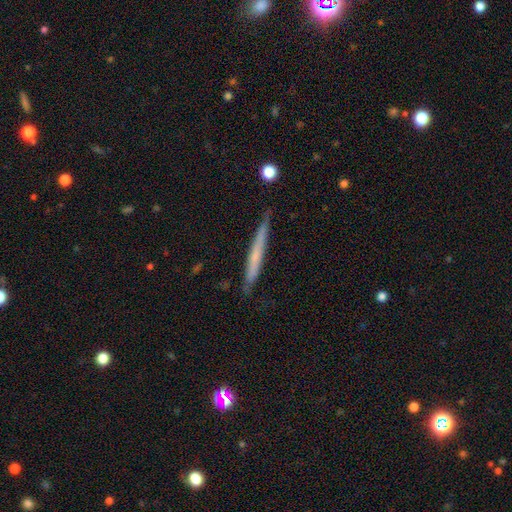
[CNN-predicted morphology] Overall: smooth (50%; featured or disk 43%). How rounded: cigar-shaped (96%). Merging: none (83%).